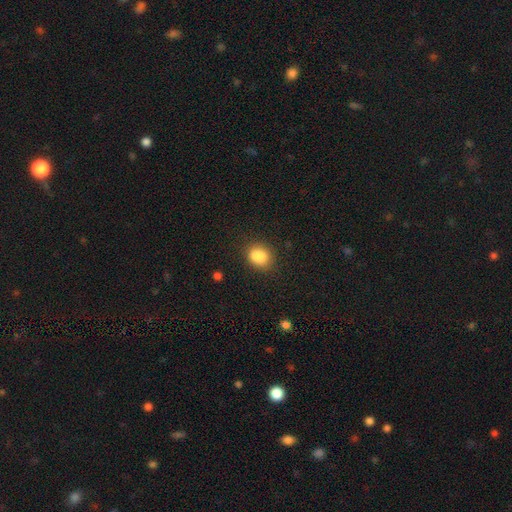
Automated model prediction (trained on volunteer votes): This is clearly a smooth galaxy (84%). How rounded: possibly in between (52%). Merging: likely none (70%).